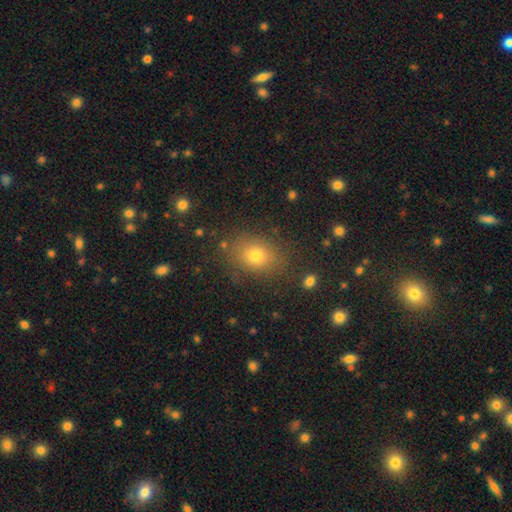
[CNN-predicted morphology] smooth_or_featured: smooth (p=0.74) [alt: star or artifact p=0.15]
how_rounded: in between (p=0.58) [alt: round p=0.40]
merging: none (p=0.82) [alt: minor disturbance p=0.11]